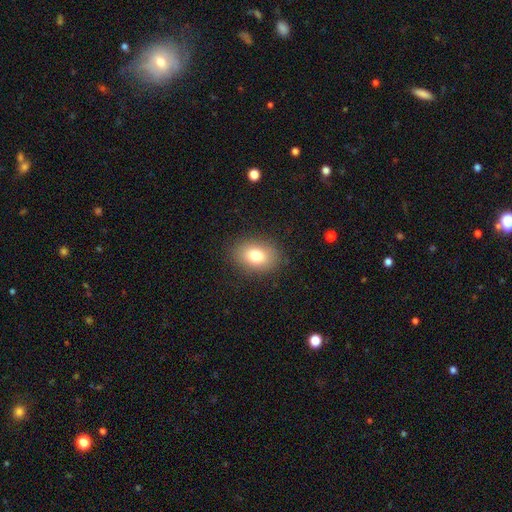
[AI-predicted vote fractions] Morphology: type=smooth (79%); roundness=in between (71%); merging=none (87%).